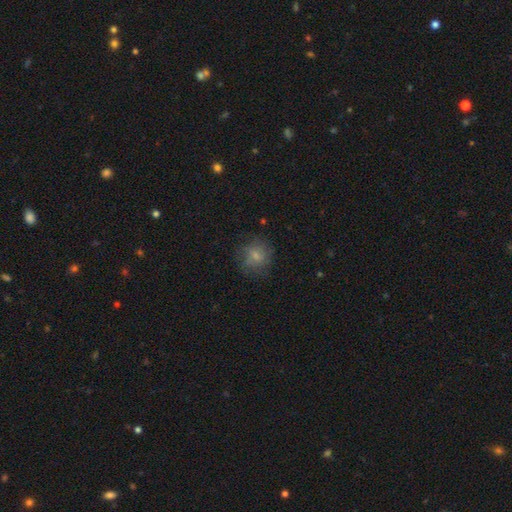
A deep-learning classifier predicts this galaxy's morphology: Smooth or featured: smooth — 70% (featured or disk — 19%)
How rounded: round — 83% (in between — 16%)
Merging: none — 71% (minor disturbance — 18%)